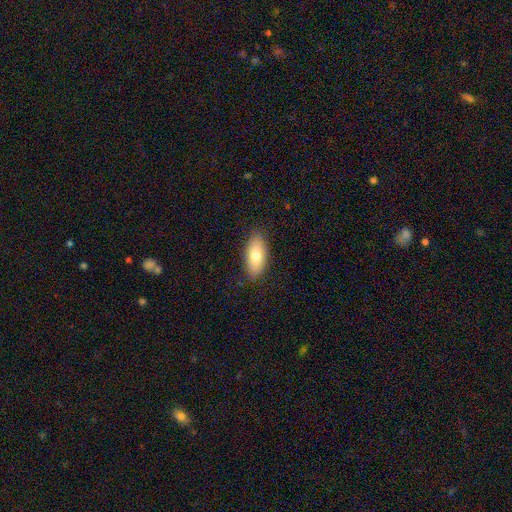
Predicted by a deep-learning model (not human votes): Smooth or featured?
  - smooth: 76% *
  - featured or disk: 18%
  - star or artifact: 7%
How rounded?
  - in between: 87% *
  - cigar-shaped: 11%
  - round: 3%
Merging?
  - none: 86% *
  - minor disturbance: 11%
  - major disturbance: 2%
  - merger: 1%